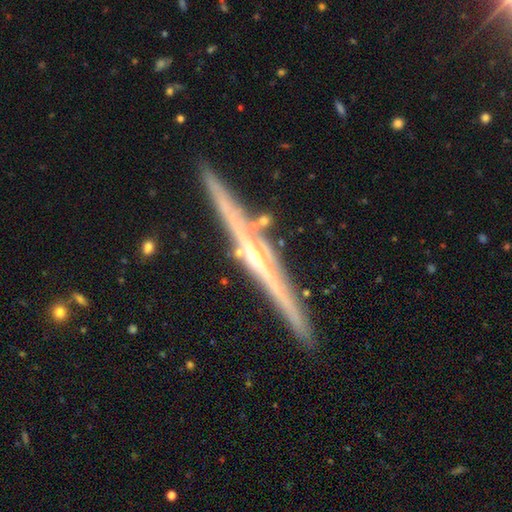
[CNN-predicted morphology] This is clearly a featured or disk galaxy (87%). It is clearly viewed edge-on (98%). Edge-on bulge: likely rounded (76%). Merging: clearly none (88%).